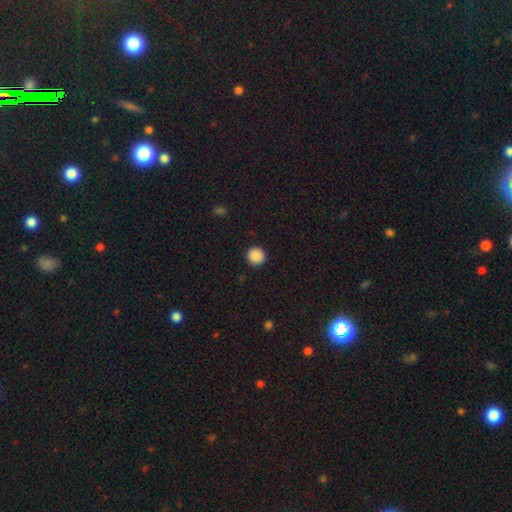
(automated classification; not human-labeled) Overall: smooth (89%). How rounded: round (95%). Merging: none (93%).